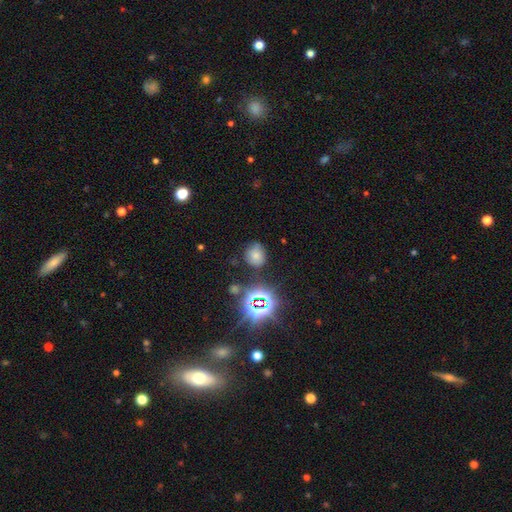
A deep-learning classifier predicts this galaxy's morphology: smooth-or-featured: smooth: 61% | star or artifact: 26% | featured or disk: 13%
  how-rounded: round: 72% | in between: 27% | cigar-shaped: 1%
  merging: none: 70% | minor disturbance: 20% | major disturbance: 6% | merger: 4%